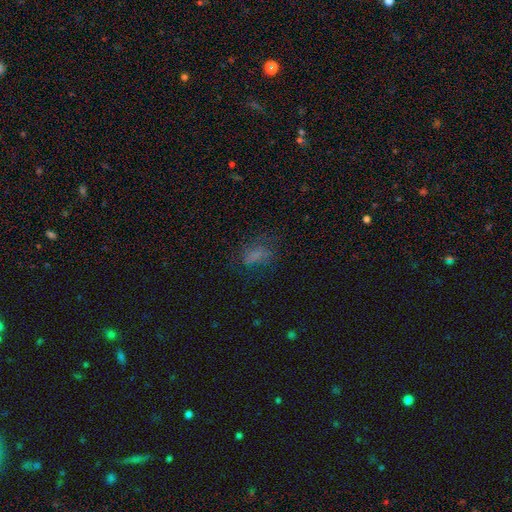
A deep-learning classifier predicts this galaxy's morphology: Smooth or featured: smooth — 55% (star or artifact — 23%)
How rounded: in between — 76% (round — 19%)
Merging: none — 51% (major disturbance — 25%)